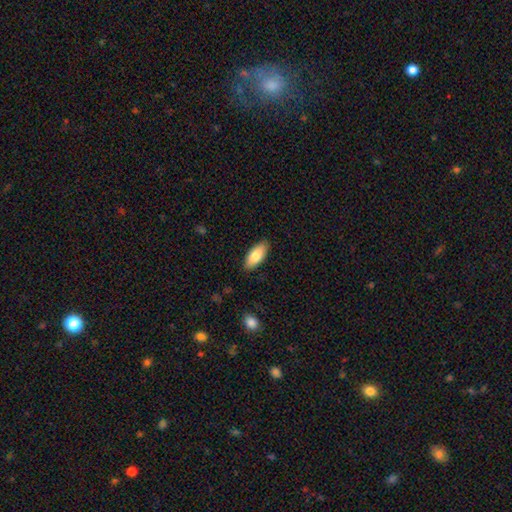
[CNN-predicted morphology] This is clearly a smooth galaxy (84%). How rounded: clearly in between (88%). Merging: clearly none (88%).